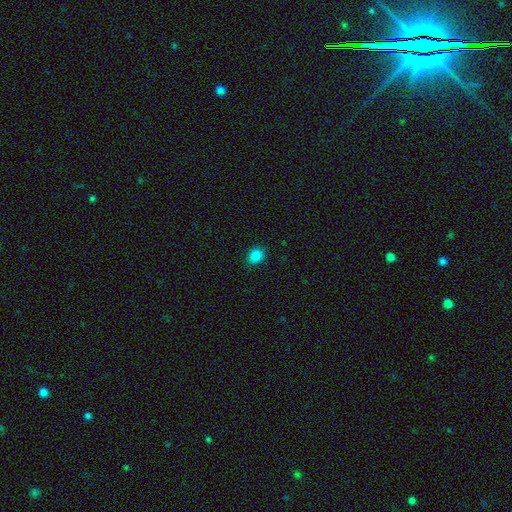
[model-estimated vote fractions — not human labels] This appears to be a smooth galaxy with no disk features (85%) that is in between round and cigar-shaped (51%). Merging: none (87%).